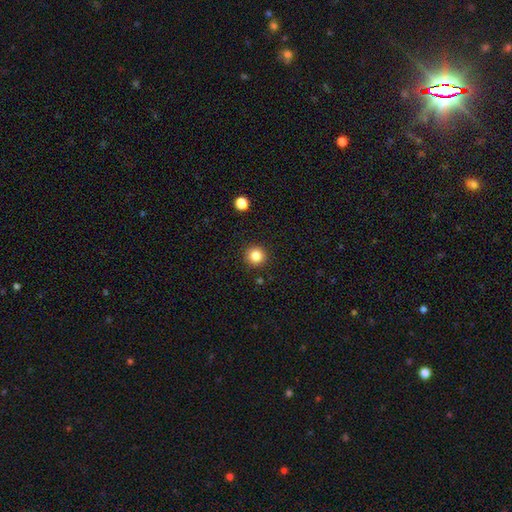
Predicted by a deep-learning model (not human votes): smooth_or_featured: smooth (p=0.85) [alt: star or artifact p=0.11]
how_rounded: round (p=0.95) [alt: in between p=0.04]
merging: none (p=0.91) [alt: minor disturbance p=0.05]